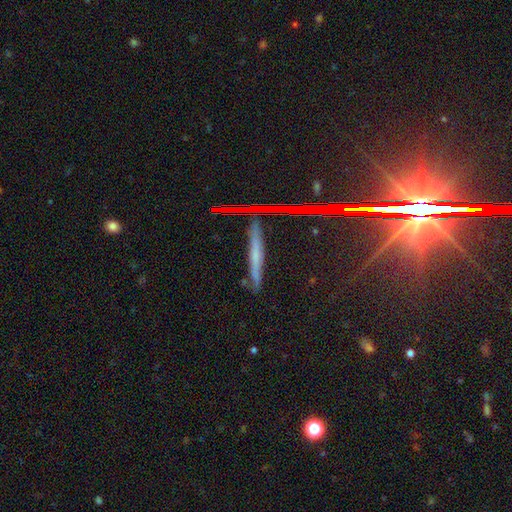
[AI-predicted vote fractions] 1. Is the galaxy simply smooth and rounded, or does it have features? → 46% featured or disk, 33% smooth, 20% star or artifact.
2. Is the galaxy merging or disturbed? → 82% none, 12% minor disturbance, 3% merger, 3% major disturbance.